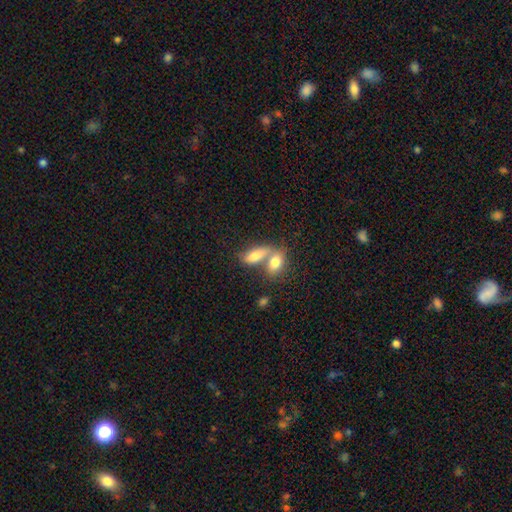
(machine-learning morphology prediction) This is likely a smooth galaxy (74%). How rounded: likely in between (78%). Merging: likely merger (60%).